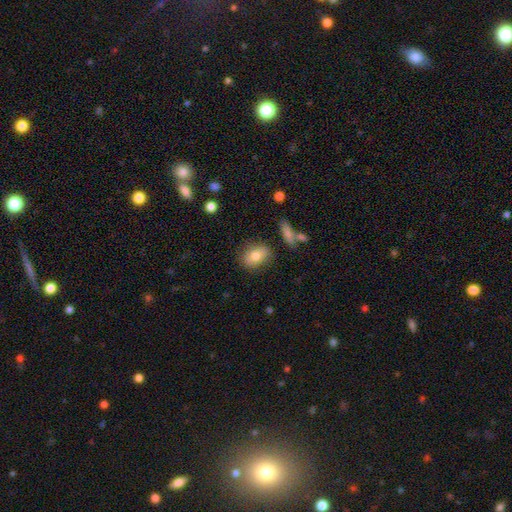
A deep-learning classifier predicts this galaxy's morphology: A smooth galaxy with no disk features (78%) that is in between round and cigar-shaped (73%).

Vote fractions:
- Smooth or featured? smooth: 78% / featured or disk: 14% / star or artifact: 8%
- How rounded? in between: 73% / round: 25% / cigar-shaped: 2%
- Merging? none: 80% / minor disturbance: 13% / major disturbance: 4% / merger: 3%